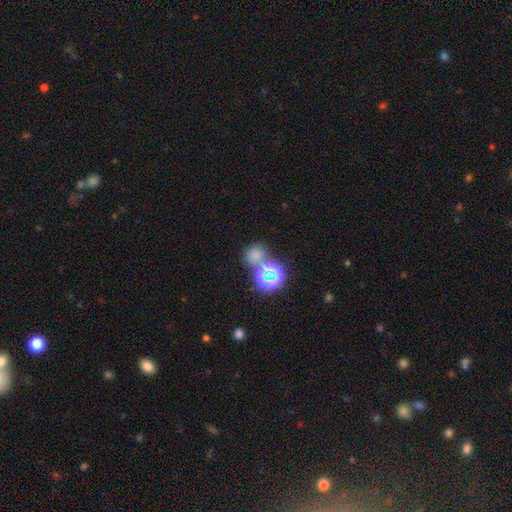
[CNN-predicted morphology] A smooth galaxy with no disk features (62%) that is round (78%).

Vote fractions:
- Smooth or featured? smooth: 62% / star or artifact: 31% / featured or disk: 7%
- How rounded? round: 78% / in between: 21% / cigar-shaped: 1%
- Merging? none: 56% / merger: 28% / minor disturbance: 11% / major disturbance: 5%